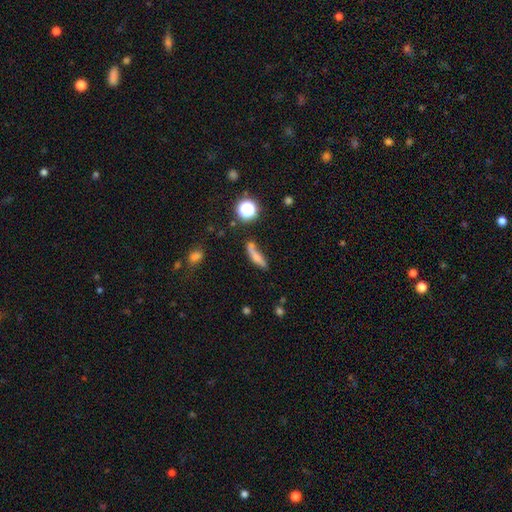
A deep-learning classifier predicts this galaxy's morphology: smooth_or_featured: smooth (p=0.61) [alt: featured or disk p=0.25]
how_rounded: cigar-shaped (p=0.64) [alt: in between p=0.28]
merging: none (p=0.45) [alt: minor disturbance p=0.22]